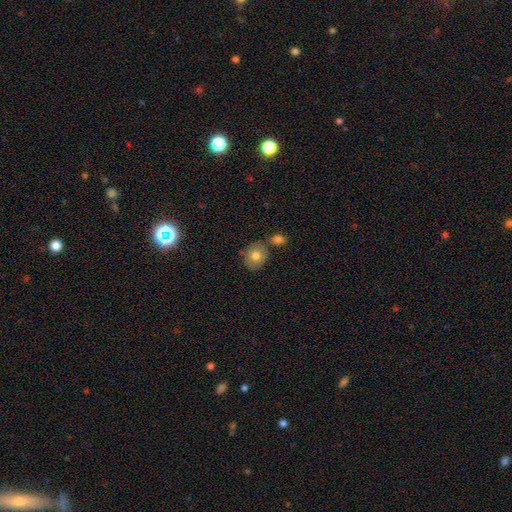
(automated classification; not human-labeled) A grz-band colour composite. It shows a smooth galaxy with no disk features (77%) that is round (60%). Merging: none (64%).